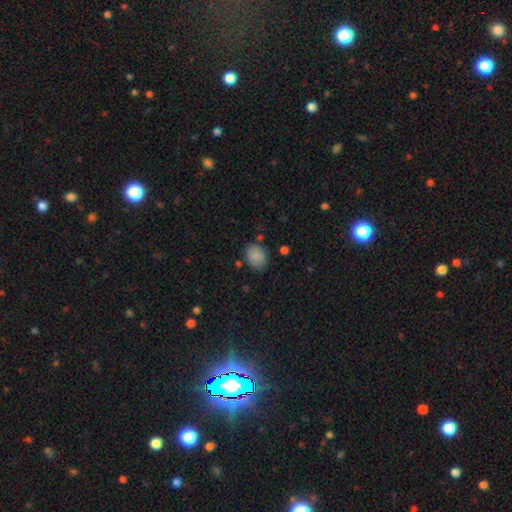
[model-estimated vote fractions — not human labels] A smooth galaxy with no disk features (87%) that is in between round and cigar-shaped (55%).

Vote fractions:
- Smooth or featured? smooth: 87% / star or artifact: 9% / featured or disk: 4%
- How rounded? in between: 55% / round: 44% / cigar-shaped: 1%
- Merging? none: 78% / minor disturbance: 15% / major disturbance: 4% / merger: 3%